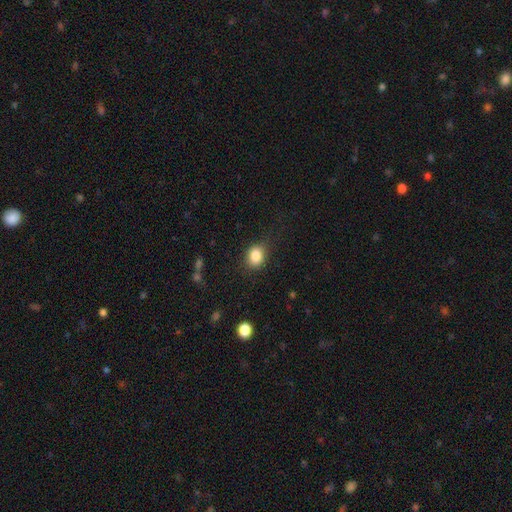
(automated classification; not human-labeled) smooth 84%, star or artifact 10%, featured or disk 6%. Down the decision tree: how rounded — round (52%); merging — none (77%).